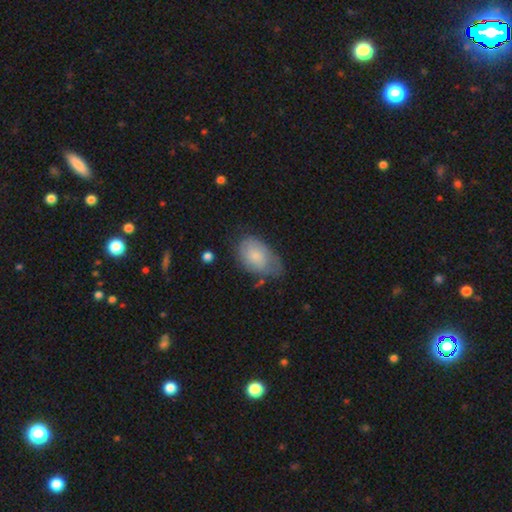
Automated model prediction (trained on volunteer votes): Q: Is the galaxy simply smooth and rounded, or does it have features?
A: smooth — 73%.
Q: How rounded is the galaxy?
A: in between — 90%.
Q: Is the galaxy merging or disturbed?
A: none — 47%.